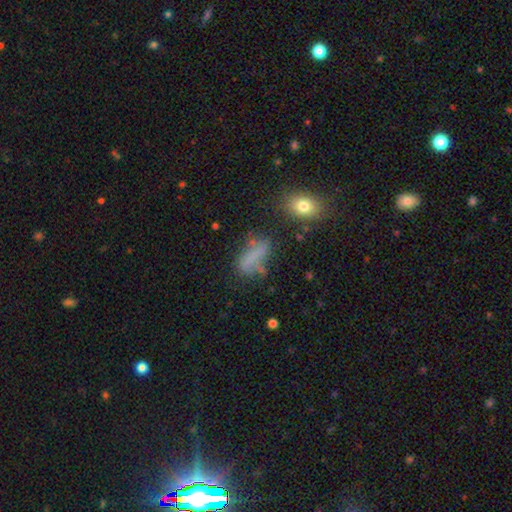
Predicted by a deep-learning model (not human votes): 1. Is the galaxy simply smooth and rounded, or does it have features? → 56% smooth, 27% featured or disk, 17% star or artifact.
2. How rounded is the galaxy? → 63% in between, 30% cigar-shaped, 8% round.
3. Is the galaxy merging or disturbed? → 47% none, 25% minor disturbance, 20% major disturbance, 9% merger.